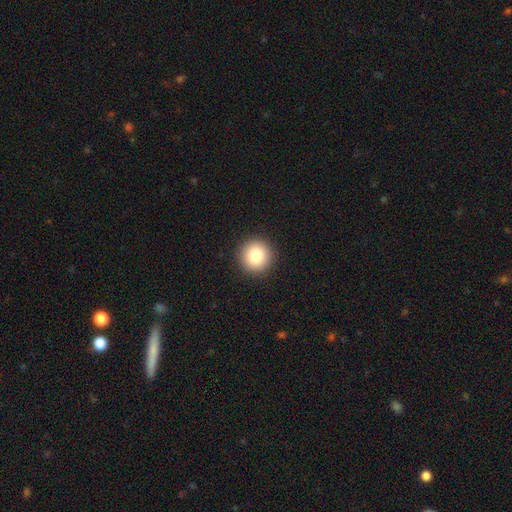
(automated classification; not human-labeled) The model was most divided on "smooth or featured": smooth: 82%, star or artifact: 10%, featured or disk: 8%. More confident: how rounded — round (95%); merging — none (93%).